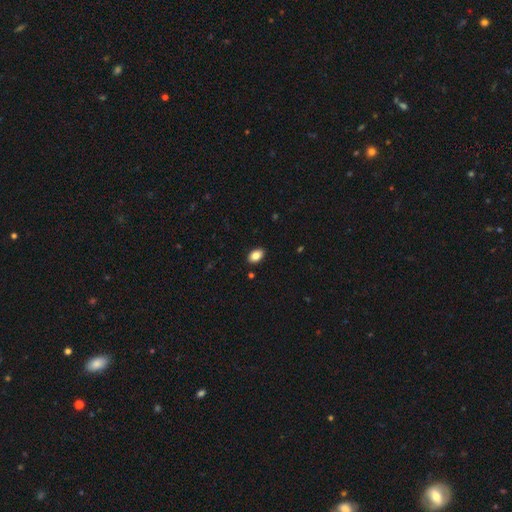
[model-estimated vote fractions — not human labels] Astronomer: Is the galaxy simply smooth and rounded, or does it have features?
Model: smooth — 85%.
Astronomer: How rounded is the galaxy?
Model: in between — 88%.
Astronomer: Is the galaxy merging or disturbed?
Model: none — 89%.